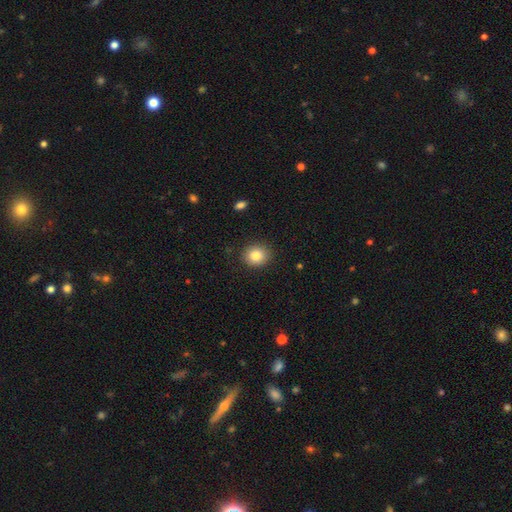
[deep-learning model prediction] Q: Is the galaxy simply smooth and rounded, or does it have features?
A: smooth — 83%.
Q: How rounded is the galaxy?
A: round — 76%.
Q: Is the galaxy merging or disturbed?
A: none — 88%.